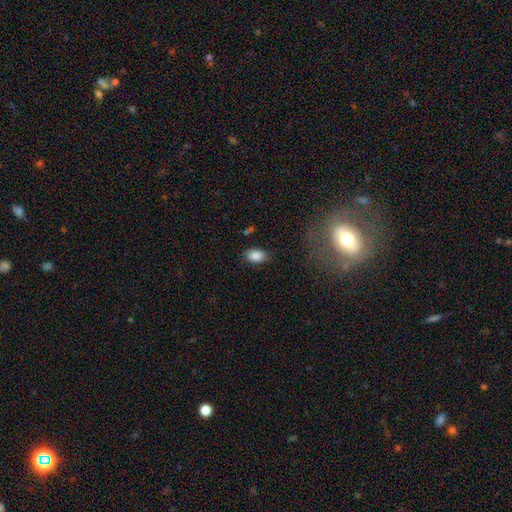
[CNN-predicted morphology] A smooth galaxy with no disk features (87%) that is in between round and cigar-shaped (88%).

Vote fractions:
- Smooth or featured? smooth: 87% / star or artifact: 8% / featured or disk: 5%
- How rounded? in between: 88% / round: 10% / cigar-shaped: 1%
- Merging? none: 80% / minor disturbance: 15% / major disturbance: 3% / merger: 2%